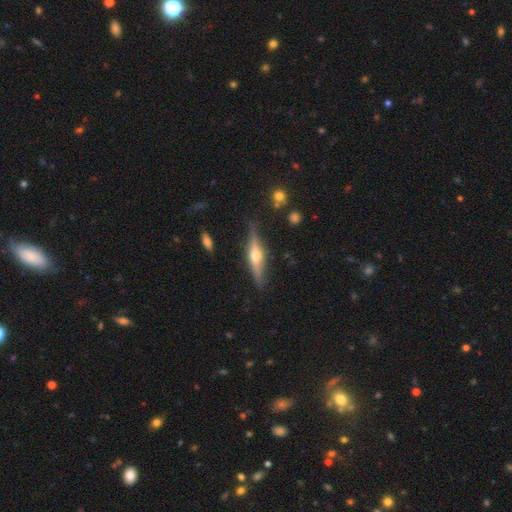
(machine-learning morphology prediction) A featured or disk galaxy (68%) viewed edge-on (95%) with a rounded central bulge (91%).

Vote fractions:
- Smooth or featured? featured or disk: 68% / smooth: 25% / star or artifact: 6%
- Edge-on disk? yes: 95% / no: 5%
- Edge-on bulge? rounded: 91% / boxy: 5% / none: 4%
- Merging? none: 83% / minor disturbance: 12% / major disturbance: 3% / merger: 2%